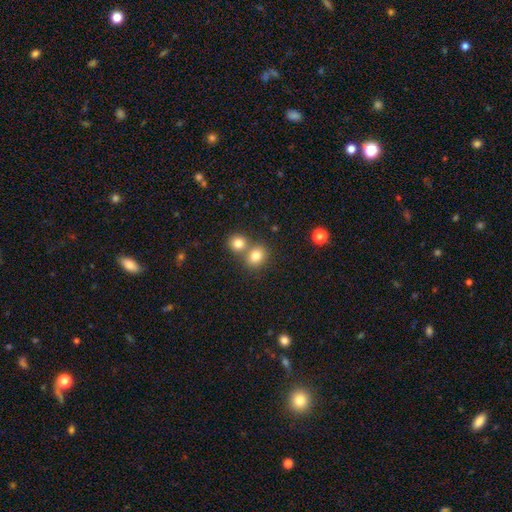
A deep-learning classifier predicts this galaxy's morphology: Q: Smooth or featured?
A: smooth (80%); runner-up: star or artifact (12%)
Q: How rounded?
A: round (68%); runner-up: in between (31%)
Q: Merging?
A: none (50%); runner-up: merger (40%)